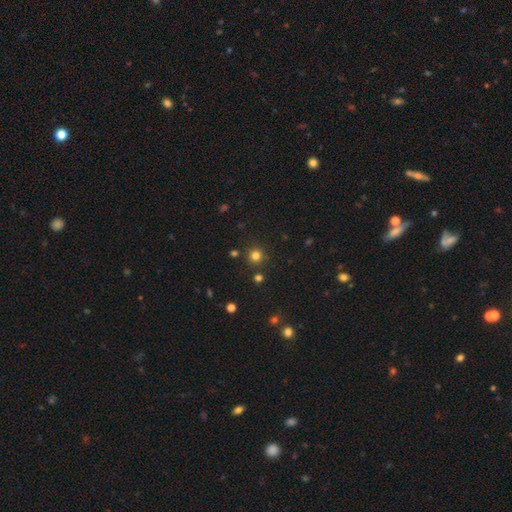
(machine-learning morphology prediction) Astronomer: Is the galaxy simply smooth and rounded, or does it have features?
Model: smooth — 78%.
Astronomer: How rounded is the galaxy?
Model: round — 95%.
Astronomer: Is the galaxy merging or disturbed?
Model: none — 87%.